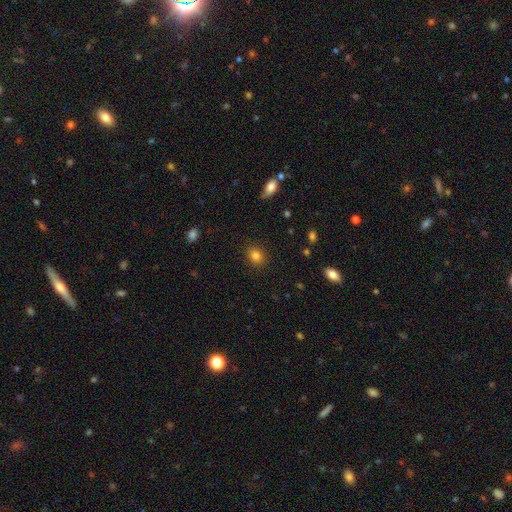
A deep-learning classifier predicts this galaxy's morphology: smooth-or-featured: smooth: 82% | star or artifact: 12% | featured or disk: 6%
  how-rounded: round: 60% | in between: 39% | cigar-shaped: 1%
  merging: none: 88% | minor disturbance: 8% | major disturbance: 3% | merger: 1%